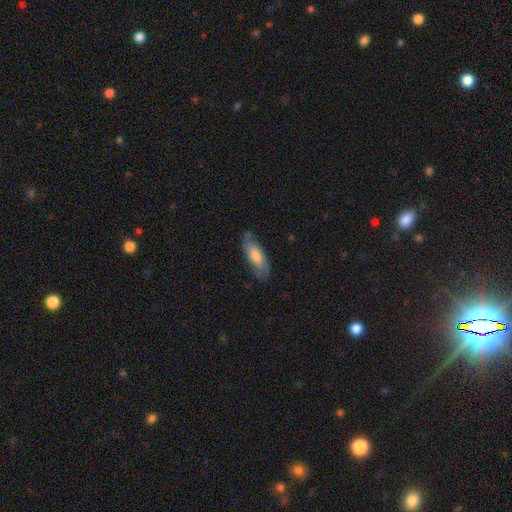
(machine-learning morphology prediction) Smooth or featured? smooth (65%)
How rounded? in between (65%)
Merging? none (73%)